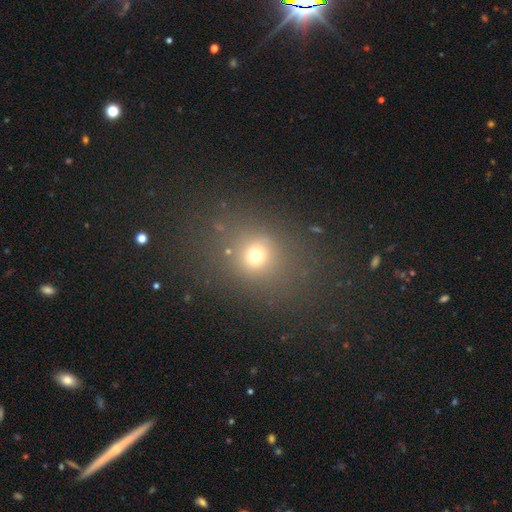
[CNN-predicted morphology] smooth-or-featured: smooth: 67% | star or artifact: 23% | featured or disk: 10%
  how-rounded: round: 73% | in between: 26% | cigar-shaped: 2%
  merging: none: 76% | minor disturbance: 11% | major disturbance: 8% | merger: 5%